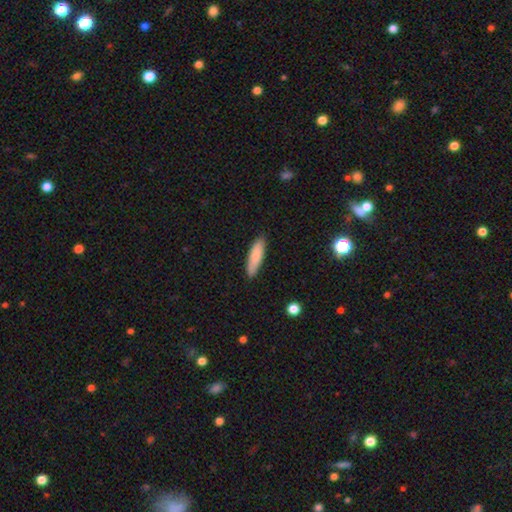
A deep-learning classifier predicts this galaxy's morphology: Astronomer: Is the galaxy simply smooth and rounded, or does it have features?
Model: smooth — 81%.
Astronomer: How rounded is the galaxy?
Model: cigar-shaped — 66%.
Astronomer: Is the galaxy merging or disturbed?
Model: none — 87%.